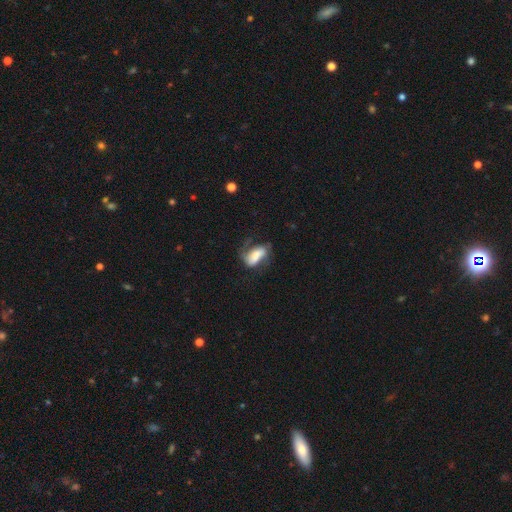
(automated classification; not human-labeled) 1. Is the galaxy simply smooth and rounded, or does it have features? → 49% smooth, 43% featured or disk, 8% star or artifact.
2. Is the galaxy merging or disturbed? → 40% none, 30% major disturbance, 27% minor disturbance, 3% merger.